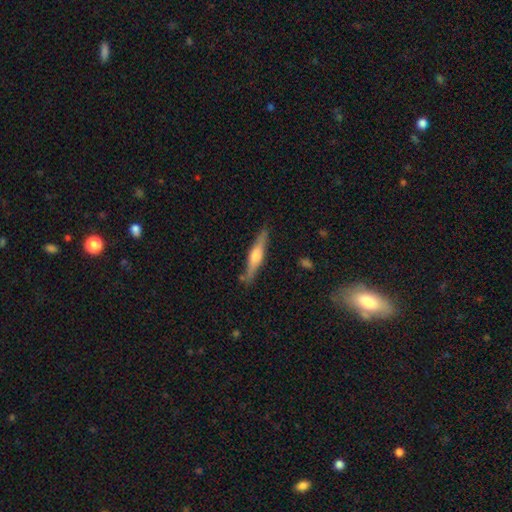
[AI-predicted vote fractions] Smooth or featured? Predicted: featured or disk (p=0.61). Edge-on disk? Predicted: yes (p=0.96). Edge-on bulge? Predicted: rounded (p=0.85). Merging? Predicted: none (p=0.84).